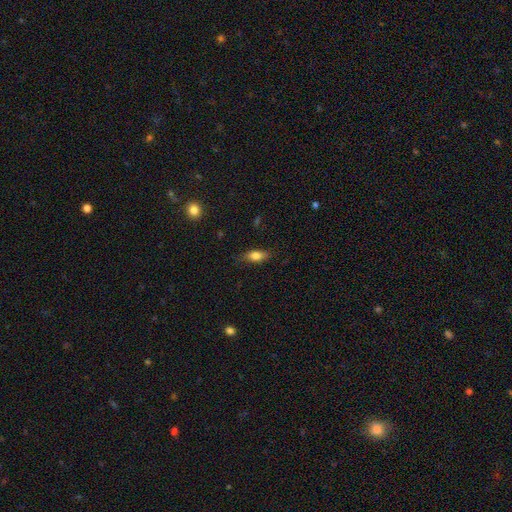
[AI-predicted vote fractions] This is likely a smooth galaxy (77%). How rounded: likely in between (76%). Merging: likely none (79%).